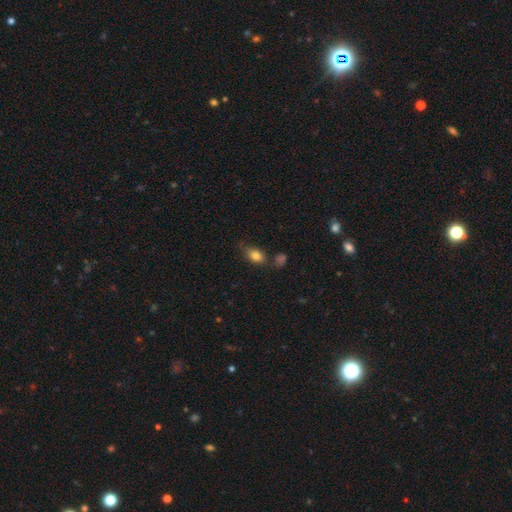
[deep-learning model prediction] Smooth or featured: smooth — 82% (star or artifact — 9%)
How rounded: in between — 82% (round — 15%)
Merging: none — 63% (minor disturbance — 22%)